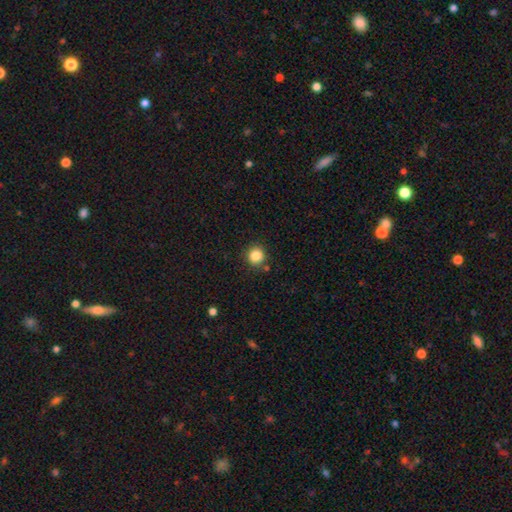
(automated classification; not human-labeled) Smooth or featured?
  - smooth: 85% *
  - star or artifact: 11%
  - featured or disk: 4%
How rounded?
  - round: 92% *
  - in between: 7%
  - cigar-shaped: 1%
Merging?
  - none: 85% *
  - minor disturbance: 8%
  - merger: 4%
  - major disturbance: 3%